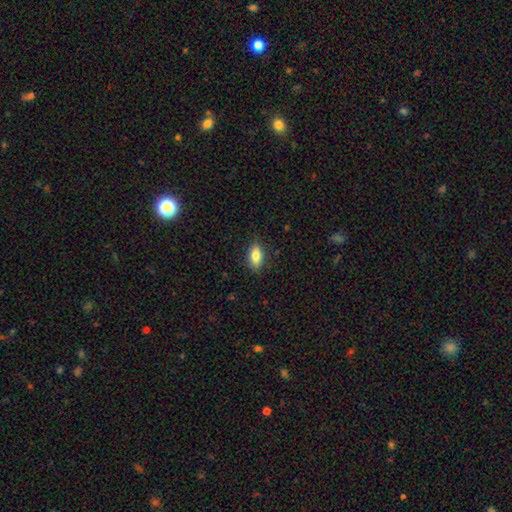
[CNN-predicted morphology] Overall: smooth (81%). How rounded: in between (88%). Merging: none (85%).